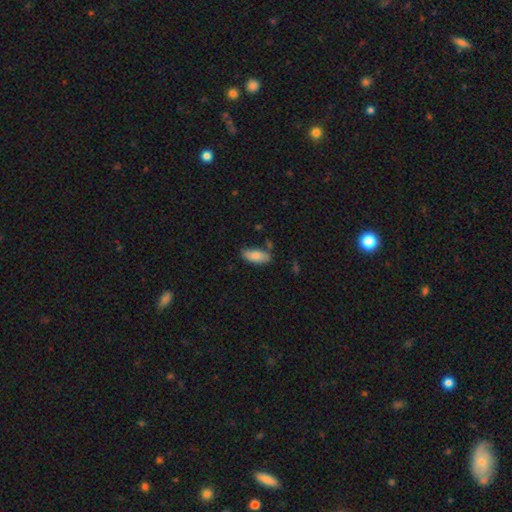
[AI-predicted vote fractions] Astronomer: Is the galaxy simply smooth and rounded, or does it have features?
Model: smooth — 80%.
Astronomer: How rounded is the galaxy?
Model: in between — 86%.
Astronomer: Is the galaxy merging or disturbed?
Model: none — 66%.